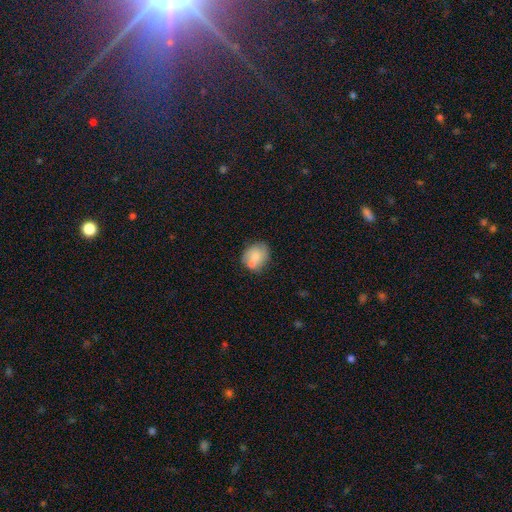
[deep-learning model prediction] Q: Smooth or featured?
A: smooth (72%); runner-up: featured or disk (20%)
Q: How rounded?
A: round (60%); runner-up: in between (39%)
Q: Merging?
A: none (51%); runner-up: merger (26%)